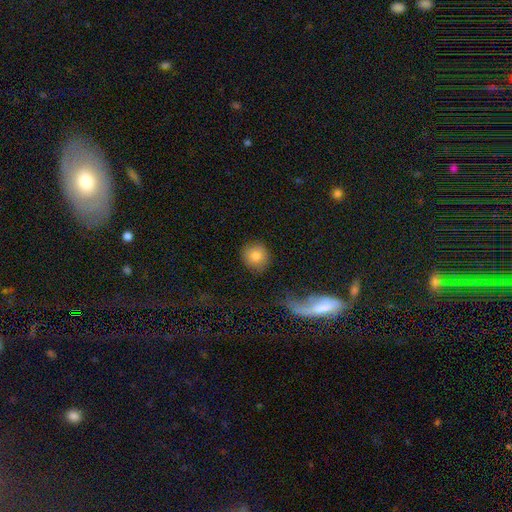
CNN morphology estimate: smooth 82%, featured or disk 9%, star or artifact 9%. Down the decision tree: how rounded — round (92%); merging — none (85%).